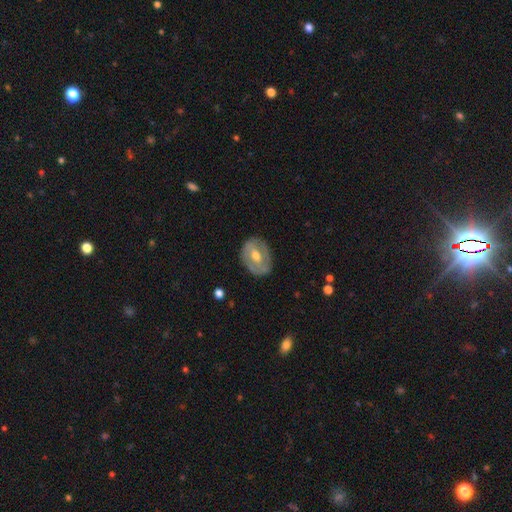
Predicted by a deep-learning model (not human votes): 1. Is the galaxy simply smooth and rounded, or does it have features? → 61% featured or disk, 33% smooth, 6% star or artifact.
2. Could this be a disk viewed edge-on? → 94% no, 6% yes.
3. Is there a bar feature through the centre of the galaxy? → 42% weak, 35% no, 23% strong.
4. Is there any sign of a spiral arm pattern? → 58% no, 42% yes.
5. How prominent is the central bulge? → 73% moderate, 18% small, 7% large, 1% none, 1% dominant.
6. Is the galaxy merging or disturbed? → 79% none, 15% minor disturbance, 5% major disturbance, 1% merger.